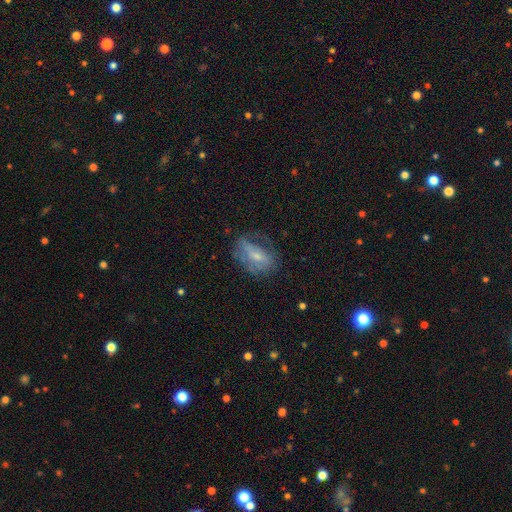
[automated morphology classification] Smooth or featured? Predicted: featured or disk (p=0.47). Merging? Predicted: none (p=0.49).